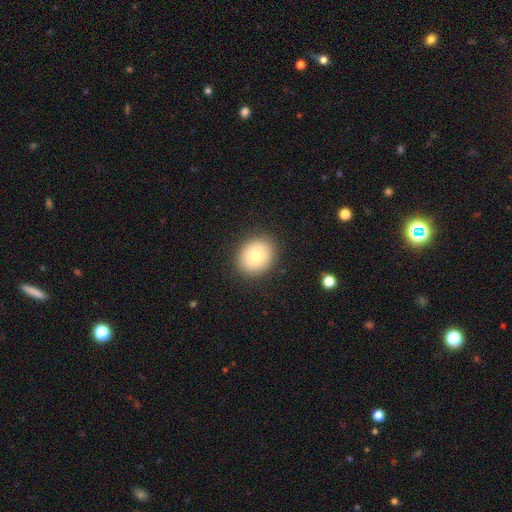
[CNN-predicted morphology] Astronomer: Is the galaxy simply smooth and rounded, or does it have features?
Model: smooth — 76%.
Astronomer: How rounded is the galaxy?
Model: round — 71%.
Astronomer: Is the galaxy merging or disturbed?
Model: none — 88%.